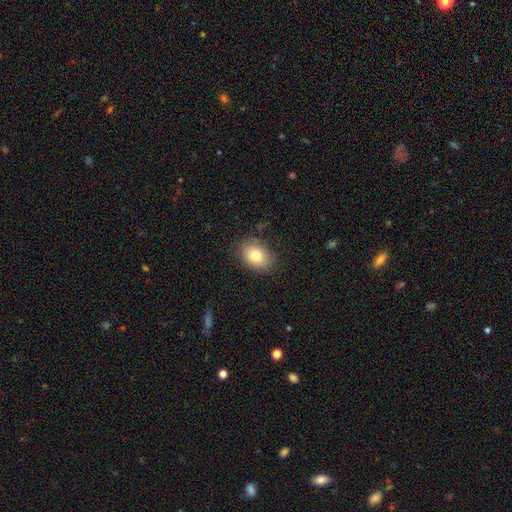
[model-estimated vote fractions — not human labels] Smooth or featured?
  - smooth: 81% *
  - featured or disk: 11%
  - star or artifact: 9%
How rounded?
  - in between: 72% *
  - round: 27%
  - cigar-shaped: 1%
Merging?
  - none: 83% *
  - minor disturbance: 13%
  - major disturbance: 3%
  - merger: 1%